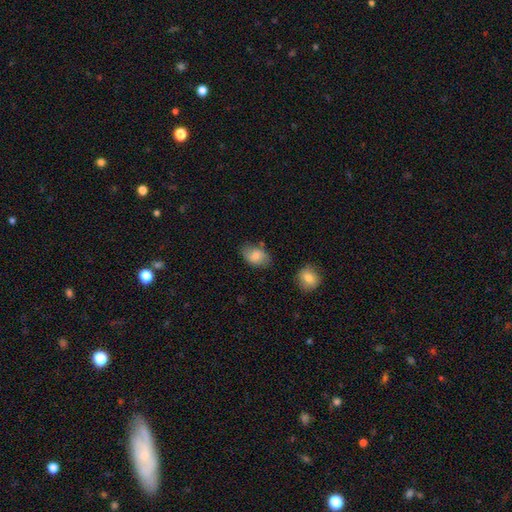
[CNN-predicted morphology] Smooth or featured? smooth (81%)
How rounded? in between (86%)
Merging? none (73%)